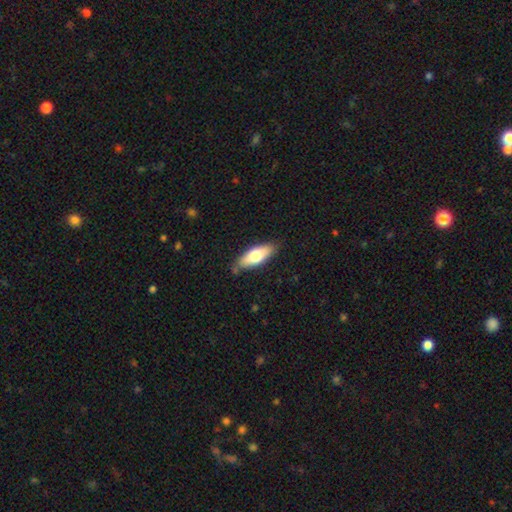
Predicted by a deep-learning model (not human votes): This is likely a smooth galaxy (68%). How rounded: likely in between (70%). Merging: clearly none (80%).